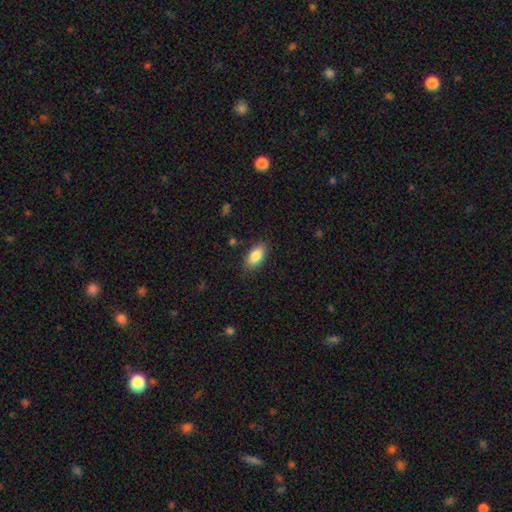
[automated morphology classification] The model was most divided on "merging": none: 84%, minor disturbance: 12%, major disturbance: 3%, merger: 1%. More confident: how rounded — in between (91%); smooth or featured — smooth (84%).